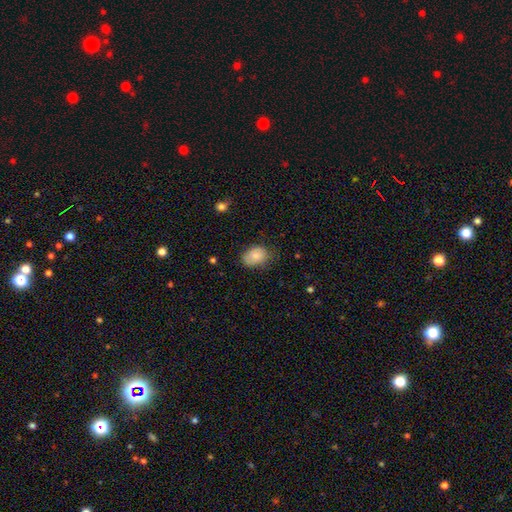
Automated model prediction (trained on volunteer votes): The model was most divided on "merging": none: 65%, minor disturbance: 28%, major disturbance: 6%, merger: 1%. More confident: smooth or featured — smooth (81%); how rounded — in between (76%).